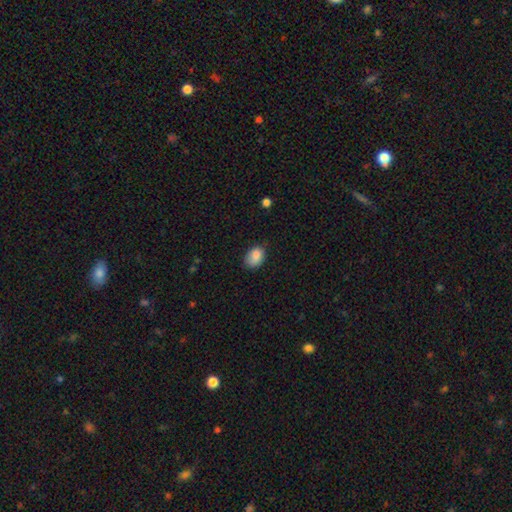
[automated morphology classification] smooth_or_featured: smooth (p=0.85) [alt: star or artifact p=0.08]
how_rounded: in between (p=0.77) [alt: round p=0.22]
merging: none (p=0.68) [alt: minor disturbance p=0.26]